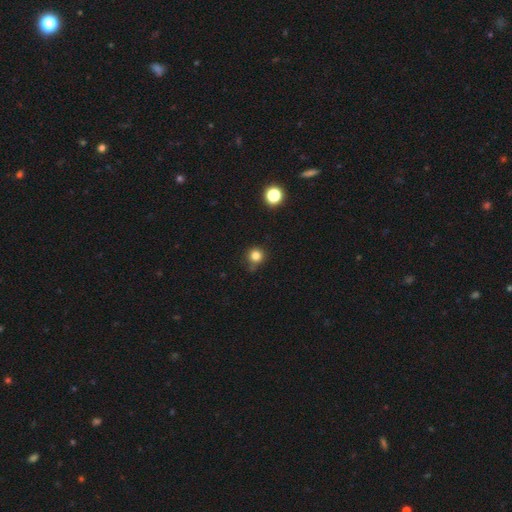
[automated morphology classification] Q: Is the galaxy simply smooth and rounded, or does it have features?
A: smooth — 81%.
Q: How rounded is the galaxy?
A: round — 93%.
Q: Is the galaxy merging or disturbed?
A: none — 77%.